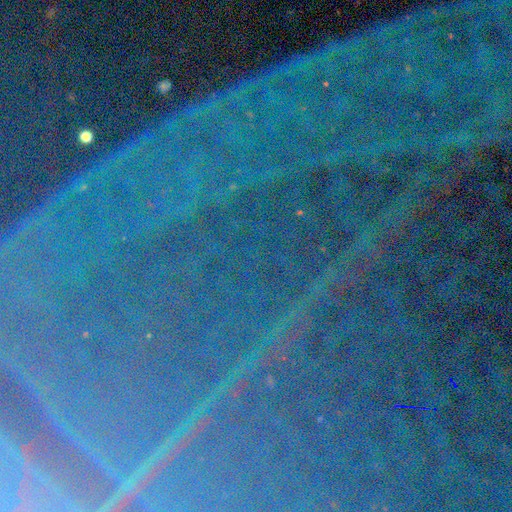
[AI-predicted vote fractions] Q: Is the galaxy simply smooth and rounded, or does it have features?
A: star or artifact — 88%.